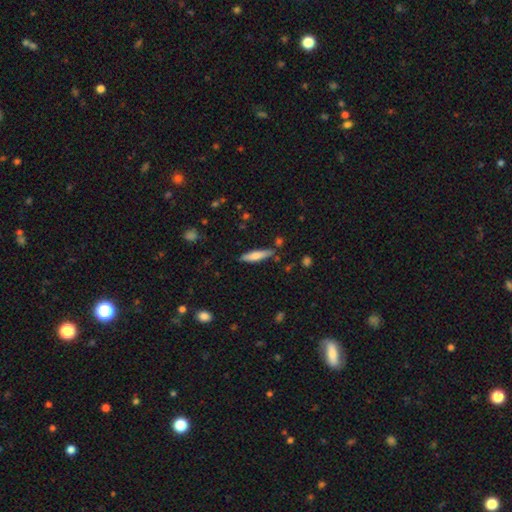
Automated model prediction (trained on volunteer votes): smooth 65%, featured or disk 29%, star or artifact 6%. Down the decision tree: how rounded — cigar-shaped (76%); merging — none (79%).